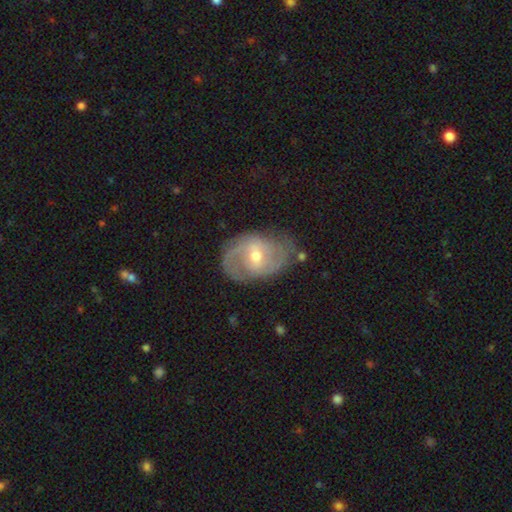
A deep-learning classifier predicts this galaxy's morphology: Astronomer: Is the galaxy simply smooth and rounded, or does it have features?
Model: featured or disk — 81%.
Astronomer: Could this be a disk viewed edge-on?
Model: no — 96%.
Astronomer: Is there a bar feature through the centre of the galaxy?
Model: weak — 54%.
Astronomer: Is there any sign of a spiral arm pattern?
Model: yes — 91%.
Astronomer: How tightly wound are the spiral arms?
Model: medium — 45% (runner-up: tight, 37%).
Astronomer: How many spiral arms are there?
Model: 2 — 70%.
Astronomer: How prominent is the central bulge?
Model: moderate — 55% (runner-up: small, 41%).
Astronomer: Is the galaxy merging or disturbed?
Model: none — 69%.